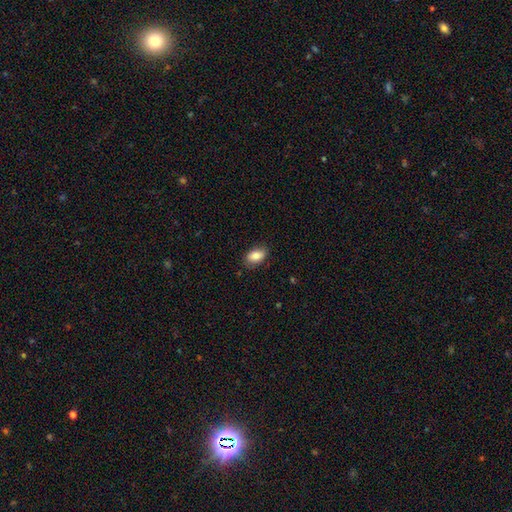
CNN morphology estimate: This appears to be a smooth galaxy with no disk features (85%) that is in between round and cigar-shaped (90%). Merging: none (83%).